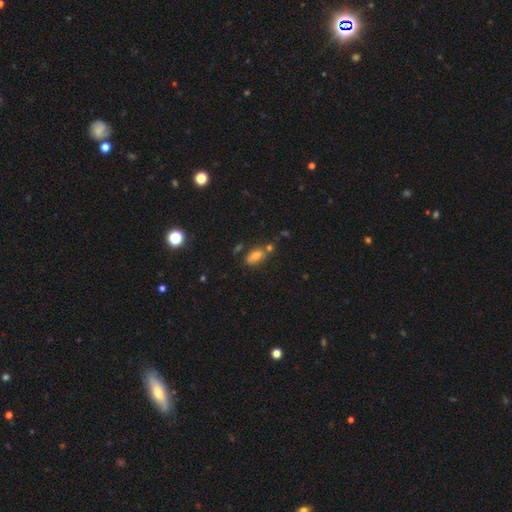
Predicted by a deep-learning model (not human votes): Smooth or featured: smooth — 70% (featured or disk — 17%)
How rounded: in between — 84% (round — 9%)
Merging: none — 59% (merger — 19%)